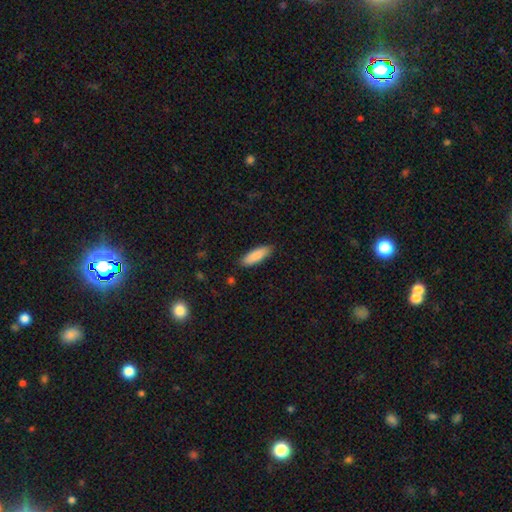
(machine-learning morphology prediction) smooth-or-featured: smooth: 87% | featured or disk: 8% | star or artifact: 6%
  how-rounded: in between: 54% | cigar-shaped: 44% | round: 2%
  merging: none: 87% | minor disturbance: 10% | major disturbance: 2% | merger: 1%